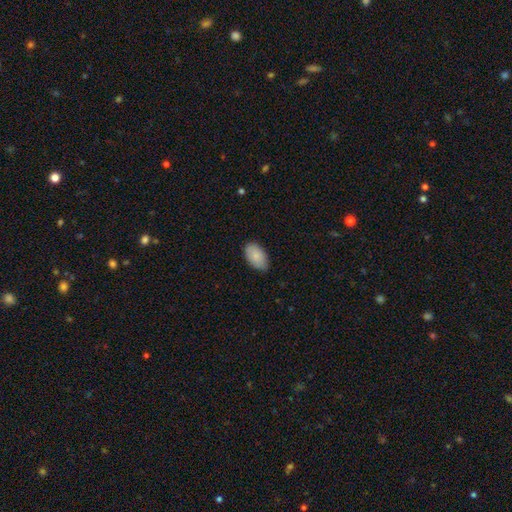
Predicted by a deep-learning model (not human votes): A smooth galaxy with no disk features (86%) that is in between round and cigar-shaped (94%). Merging: none (82%).